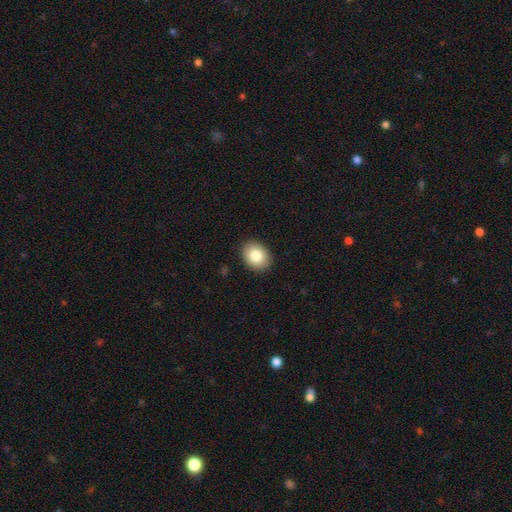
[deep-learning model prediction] smooth-or-featured: smooth: 83% | featured or disk: 9% | star or artifact: 8%
  how-rounded: in between: 58% | round: 41% | cigar-shaped: 1%
  merging: none: 90% | minor disturbance: 7% | major disturbance: 2% | merger: 1%